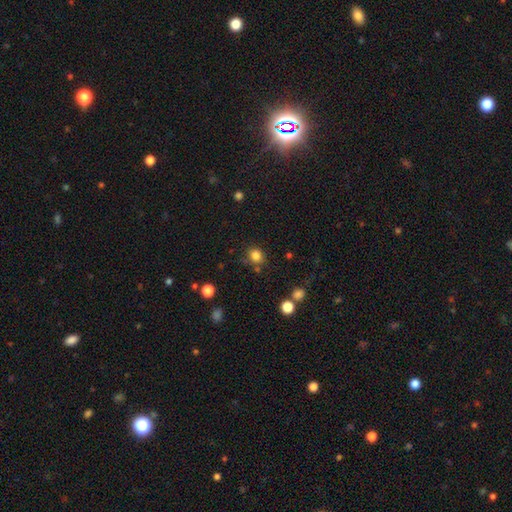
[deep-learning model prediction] Q: Smooth or featured?
A: smooth (82%); runner-up: star or artifact (13%)
Q: How rounded?
A: round (78%); runner-up: in between (21%)
Q: Merging?
A: none (77%); runner-up: minor disturbance (13%)